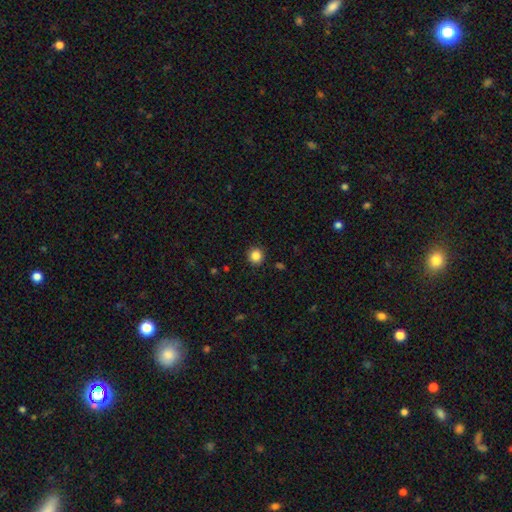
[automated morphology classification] smooth-or-featured: smooth: 85% | star or artifact: 11% | featured or disk: 4%
  how-rounded: round: 93% | in between: 6% | cigar-shaped: 1%
  merging: none: 92% | minor disturbance: 5% | major disturbance: 2% | merger: 1%